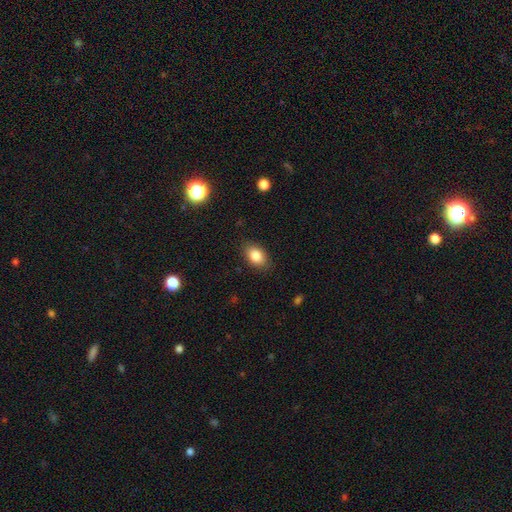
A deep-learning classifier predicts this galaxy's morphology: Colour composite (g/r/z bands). It shows a smooth galaxy with no disk features (85%) that is in between round and cigar-shaped (86%). Merging: none (84%).